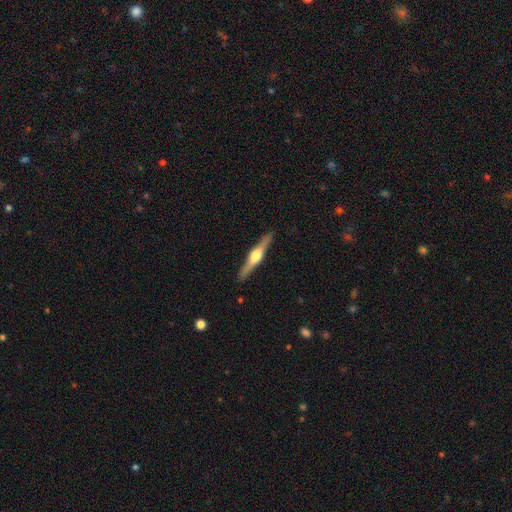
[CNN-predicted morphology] smooth_or_featured: featured or disk (p=0.75) [alt: smooth p=0.20]
disk_edge_on: yes (p=0.98) [alt: no p=0.02]
edge_on_bulge: rounded (p=0.92) [alt: boxy p=0.06]
merging: none (p=0.90) [alt: minor disturbance p=0.07]